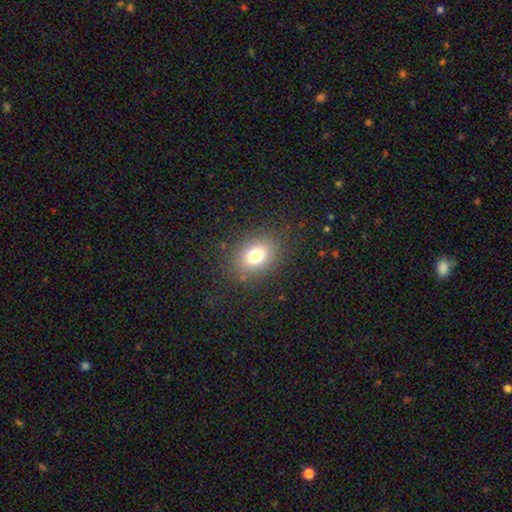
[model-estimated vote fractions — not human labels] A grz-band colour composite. It shows a smooth galaxy with no disk features (76%) that is in between round and cigar-shaped (61%). Merging: none (83%).